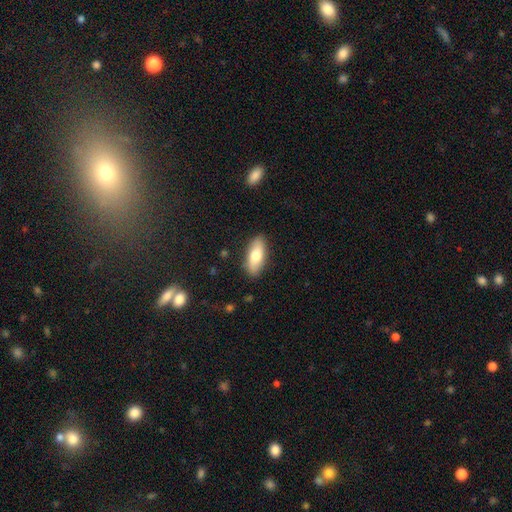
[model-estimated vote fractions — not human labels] A smooth galaxy with no disk features (73%) that is in between round and cigar-shaped (80%).

Vote fractions:
- Smooth or featured? smooth: 73% / featured or disk: 21% / star or artifact: 6%
- How rounded? in between: 80% / cigar-shaped: 17% / round: 3%
- Merging? none: 87% / minor disturbance: 10% / major disturbance: 2% / merger: 1%